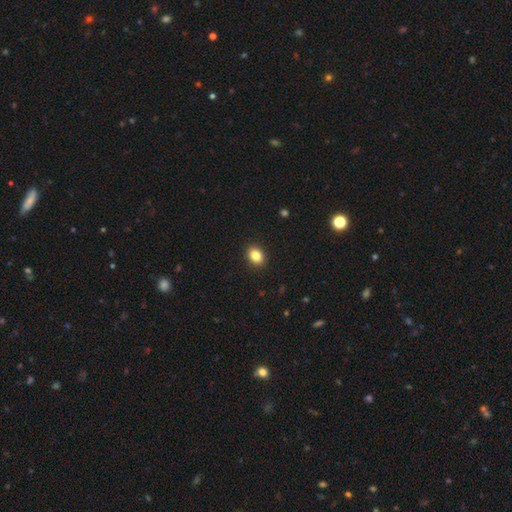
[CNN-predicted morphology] smooth 85%, star or artifact 10%, featured or disk 6%. Down the decision tree: how rounded — in between (66%); merging — none (91%).